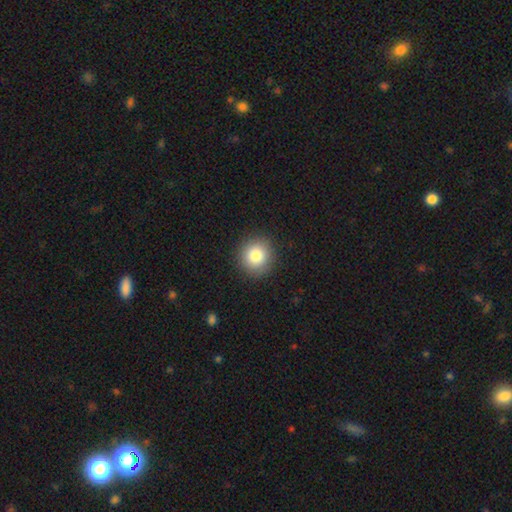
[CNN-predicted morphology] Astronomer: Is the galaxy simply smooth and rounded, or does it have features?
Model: smooth — 82%.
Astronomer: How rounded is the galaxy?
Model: round — 91%.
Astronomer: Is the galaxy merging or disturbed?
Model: none — 90%.